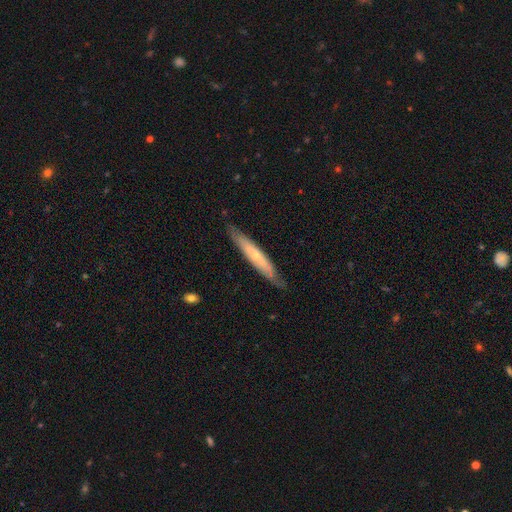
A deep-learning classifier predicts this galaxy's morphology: type=featured or disk (54%); edge-on=yes (76%); merging=none (82%).